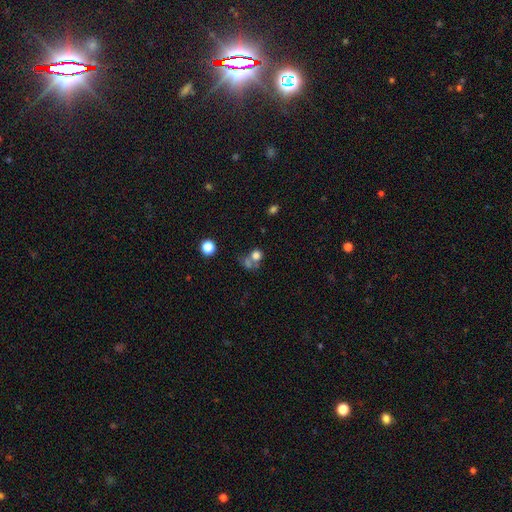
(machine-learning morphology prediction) This appears to be a smooth galaxy with no disk features (70%) that is round (77%). Merging: merger (43%).